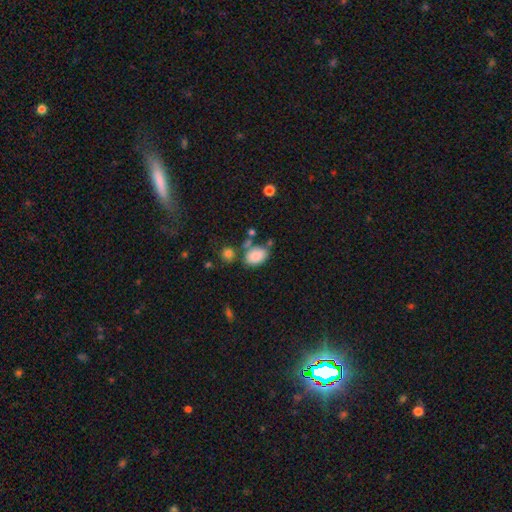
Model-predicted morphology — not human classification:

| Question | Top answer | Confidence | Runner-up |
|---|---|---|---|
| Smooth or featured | smooth | 84% | star or artifact (9%) |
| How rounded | in between | 82% | round (17%) |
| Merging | none | 59% | minor disturbance (19%) |